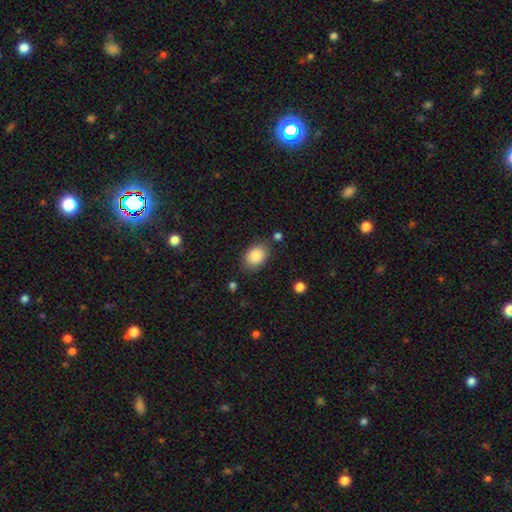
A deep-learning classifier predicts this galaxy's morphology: type=smooth (87%); roundness=in between (73%); merging=none (79%).